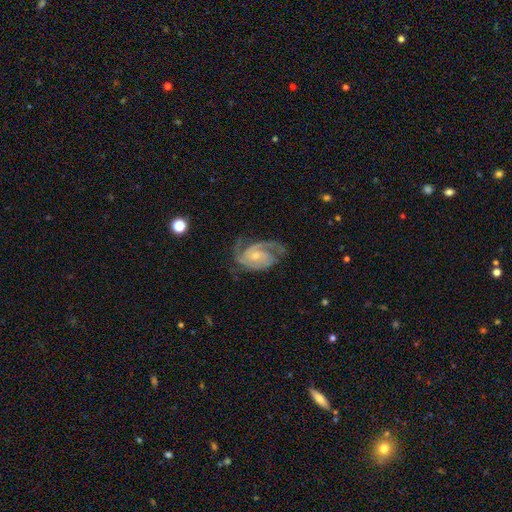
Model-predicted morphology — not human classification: smooth-or-featured: featured or disk: 89% | smooth: 6% | star or artifact: 4%
  disk-edge-on: no: 98% | yes: 2%
    bar: no: 59% | weak: 34% | strong: 7%
    has-spiral-arms: yes: 98% | no: 2%
      spiral-winding: tight: 47% | medium: 44% | loose: 10%
      spiral-arm-count: 2: 46% | 3: 31% | can't tell: 10% | 1: 5% | 4: 5% | more than 4: 4%
    bulge-size: small: 61% | moderate: 33% | none: 3% | large: 2% | dominant: 1%
  merging: none: 64% | minor disturbance: 21% | major disturbance: 13% | merger: 2%